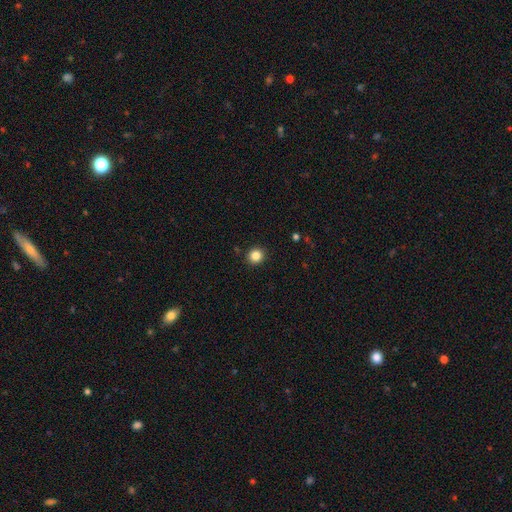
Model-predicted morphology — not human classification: The model was most divided on "smooth or featured": smooth: 84%, star or artifact: 11%, featured or disk: 4%. More confident: merging — none (92%); how rounded — round (90%).